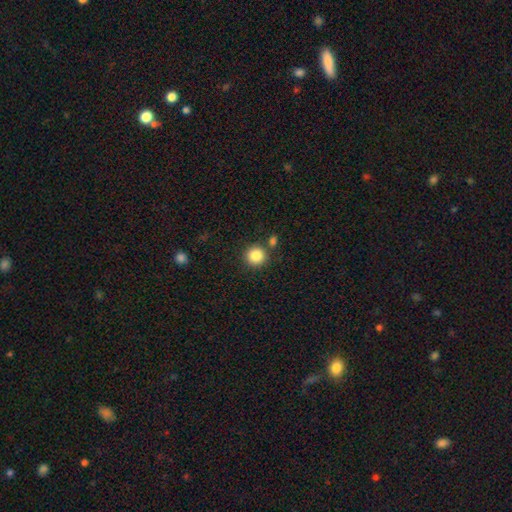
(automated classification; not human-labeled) smooth-or-featured: smooth: 86% | star or artifact: 10% | featured or disk: 5%
  how-rounded: round: 93% | in between: 6% | cigar-shaped: 1%
  merging: none: 82% | merger: 8% | minor disturbance: 7% | major disturbance: 3%